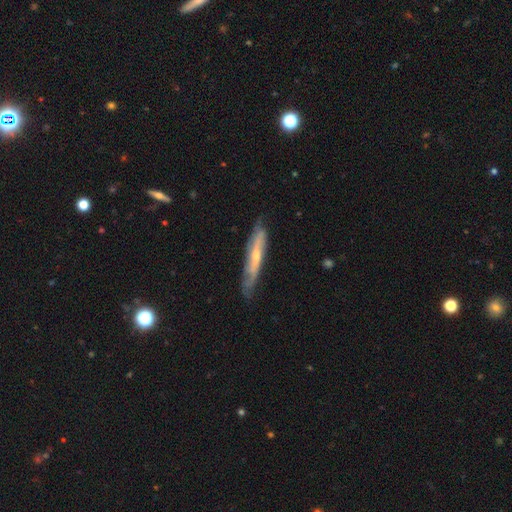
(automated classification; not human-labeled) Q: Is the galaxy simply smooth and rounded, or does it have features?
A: featured or disk — 66%.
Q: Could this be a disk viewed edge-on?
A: yes — 64%.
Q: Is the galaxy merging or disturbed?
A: none — 71%.